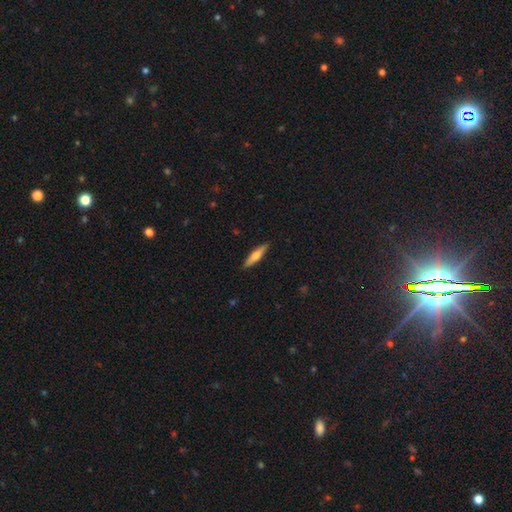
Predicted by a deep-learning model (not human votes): Smooth or featured? smooth (50%)
How rounded? cigar-shaped (82%)
Merging? none (90%)